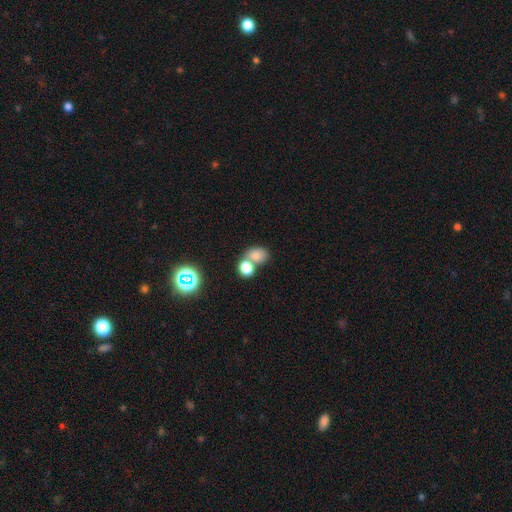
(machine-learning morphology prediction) Smooth or featured?
  - smooth: 77% *
  - star or artifact: 14%
  - featured or disk: 10%
How rounded?
  - in between: 55% *
  - round: 43%
  - cigar-shaped: 1%
Merging?
  - merger: 46% *
  - none: 40%
  - minor disturbance: 10%
  - major disturbance: 5%